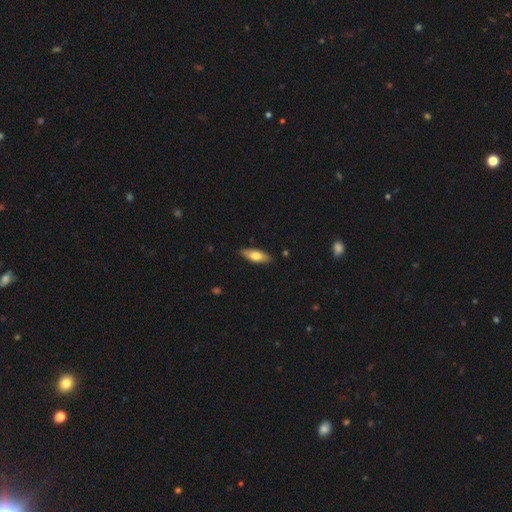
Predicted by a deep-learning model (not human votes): This appears to be a smooth galaxy with no disk features (67%) that is in between round and cigar-shaped (66%). Merging: none (87%).